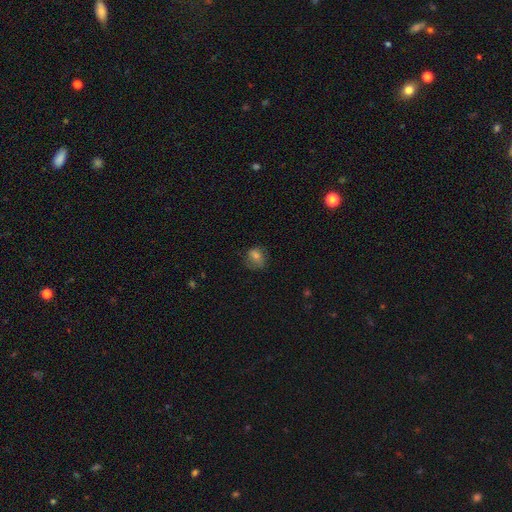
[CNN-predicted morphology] Smooth or featured? smooth (65%)
How rounded? round (56%)
Merging? none (61%)